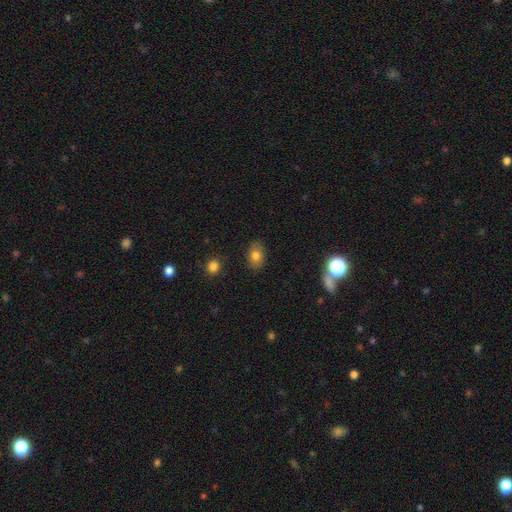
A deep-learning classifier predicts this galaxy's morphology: Smooth or featured? Predicted: smooth (p=0.79). How rounded? Predicted: in between (p=0.82). Merging? Predicted: none (p=0.86).